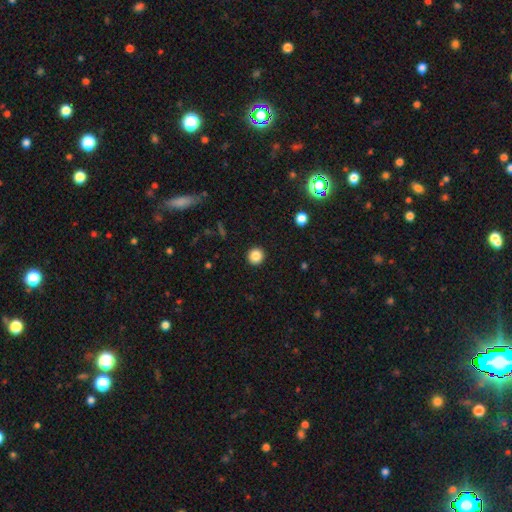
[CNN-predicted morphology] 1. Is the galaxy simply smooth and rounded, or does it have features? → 85% smooth, 11% star or artifact, 4% featured or disk.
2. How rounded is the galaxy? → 94% round, 5% in between, 1% cigar-shaped.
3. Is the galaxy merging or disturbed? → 93% none, 4% minor disturbance, 2% major disturbance, 1% merger.